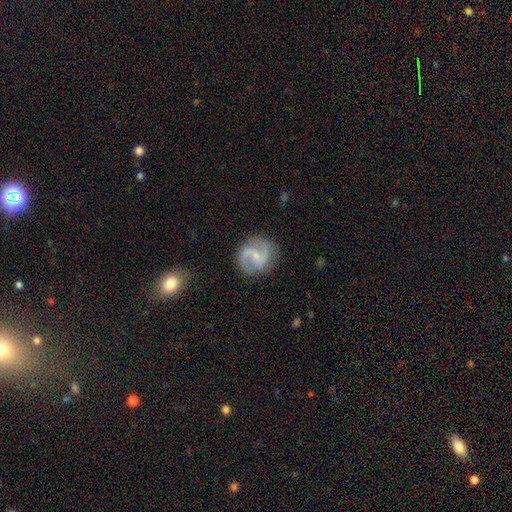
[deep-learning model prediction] featured or disk 81%, smooth 14%, star or artifact 5%. Down the decision tree: edge-on disk — no (98%); bar — weak (46%); spiral arms — yes (95%); spiral arm count — 2 (89%); spiral winding — medium (54%); bulge size — small (65%); merging — none (80%).